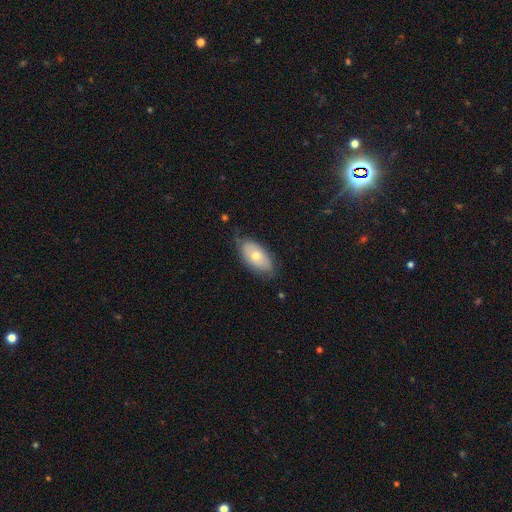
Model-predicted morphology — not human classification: The model was most divided on "smooth or featured": smooth: 64%, featured or disk: 29%, star or artifact: 7%. More confident: how rounded — in between (93%); merging — none (69%).